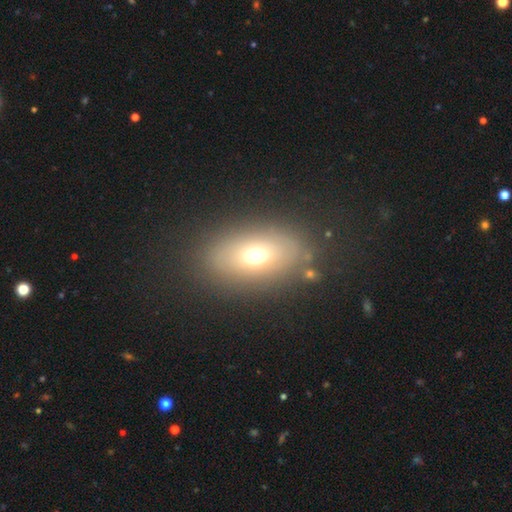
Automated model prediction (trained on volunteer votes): Smooth or featured: smooth — 61% (featured or disk — 26%)
How rounded: in between — 82% (round — 14%)
Merging: none — 80% (minor disturbance — 11%)